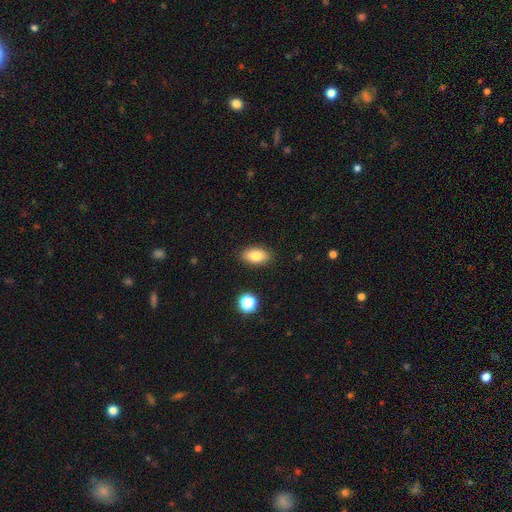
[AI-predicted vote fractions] smooth-or-featured: smooth: 82% | featured or disk: 9% | star or artifact: 9%
  how-rounded: in between: 90% | round: 6% | cigar-shaped: 4%
  merging: none: 88% | minor disturbance: 8% | major disturbance: 2% | merger: 2%